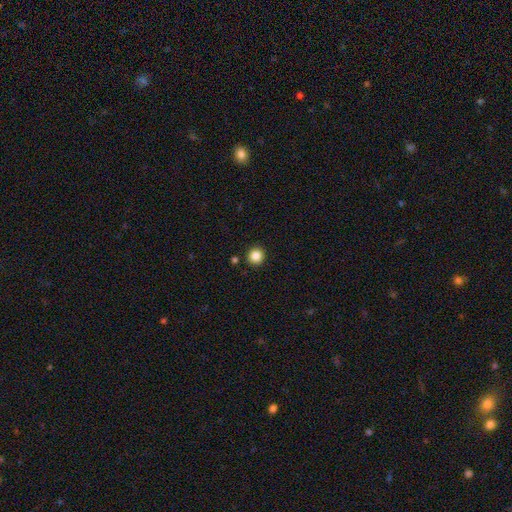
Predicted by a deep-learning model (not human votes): Smooth or featured: smooth — 85% (star or artifact — 11%)
How rounded: round — 94% (in between — 6%)
Merging: none — 91% (minor disturbance — 5%)